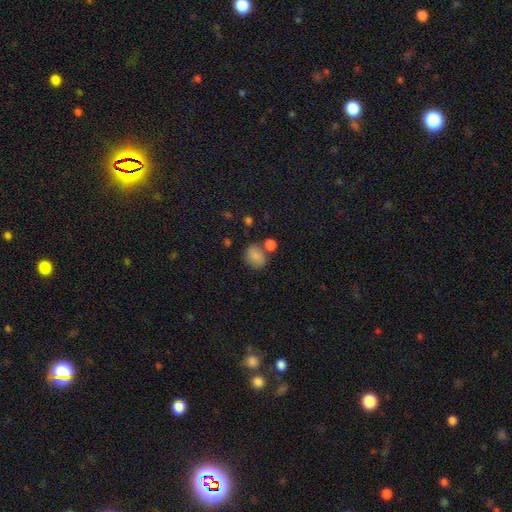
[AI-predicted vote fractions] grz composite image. It shows a smooth galaxy with no disk features (83%) that is round (53%). Merging: none (64%).